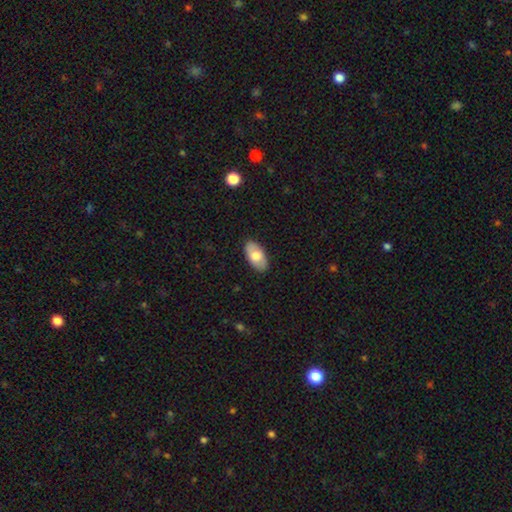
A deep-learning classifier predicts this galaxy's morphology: This is likely a smooth galaxy (71%). How rounded: clearly in between (95%). Merging: clearly none (87%).